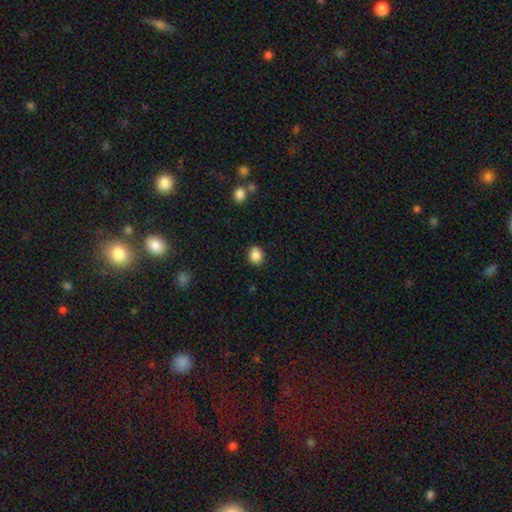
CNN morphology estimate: A smooth galaxy with no disk features (87%) that is round (72%).

Vote fractions:
- Smooth or featured? smooth: 87% / star or artifact: 10% / featured or disk: 3%
- How rounded? round: 72% / in between: 27% / cigar-shaped: 1%
- Merging? none: 85% / minor disturbance: 11% / major disturbance: 2% / merger: 2%